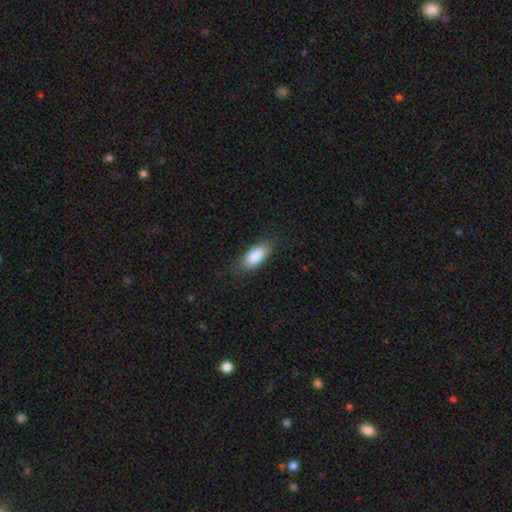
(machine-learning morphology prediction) Q: Smooth or featured?
A: smooth (83%); runner-up: featured or disk (11%)
Q: How rounded?
A: in between (86%); runner-up: cigar-shaped (11%)
Q: Merging?
A: none (82%); runner-up: minor disturbance (14%)